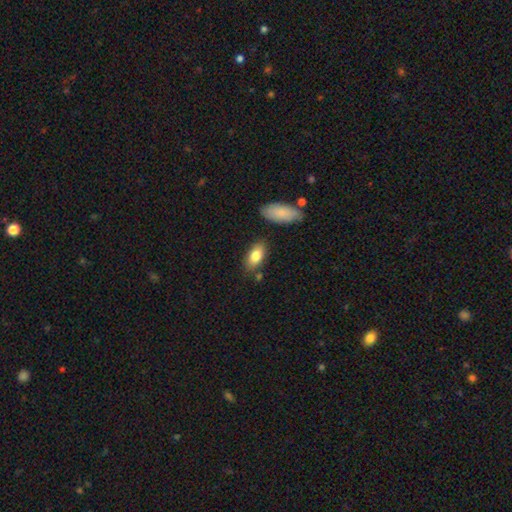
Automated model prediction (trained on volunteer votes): smooth-or-featured: smooth: 81% | featured or disk: 12% | star or artifact: 7%
  how-rounded: in between: 90% | cigar-shaped: 6% | round: 4%
  merging: none: 77% | minor disturbance: 14% | merger: 6% | major disturbance: 3%